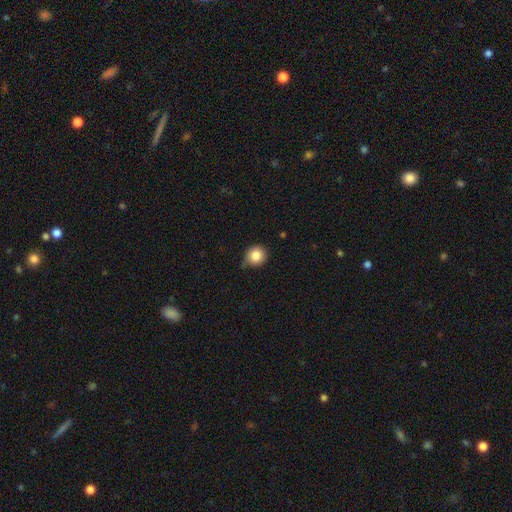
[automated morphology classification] Overall: smooth (84%). How rounded: round (88%). Merging: none (76%).